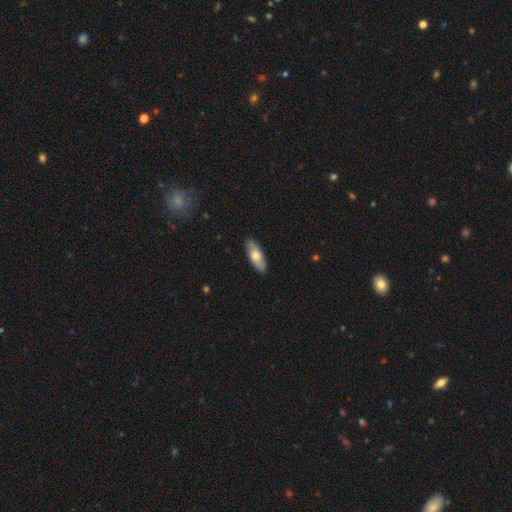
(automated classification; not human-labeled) Smooth or featured: smooth — 63% (featured or disk — 32%)
How rounded: in between — 68% (cigar-shaped — 30%)
Merging: none — 88% (minor disturbance — 9%)